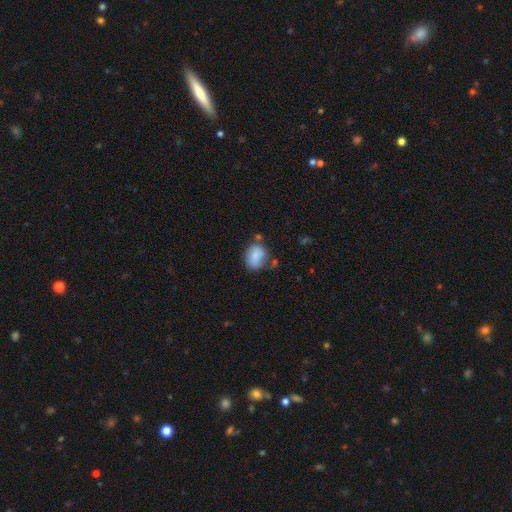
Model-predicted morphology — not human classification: A smooth galaxy with no disk features (82%) that is in between round and cigar-shaped (60%). Merging: none (58%).